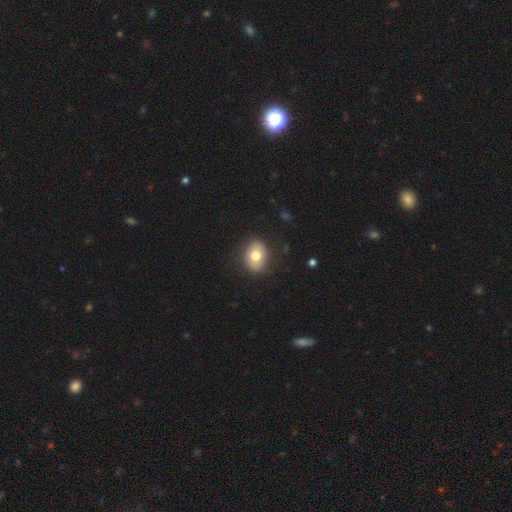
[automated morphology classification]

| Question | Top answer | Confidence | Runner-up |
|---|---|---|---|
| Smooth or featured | smooth | 72% | featured or disk (20%) |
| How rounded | in between | 60% | round (39%) |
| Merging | none | 84% | minor disturbance (11%) |